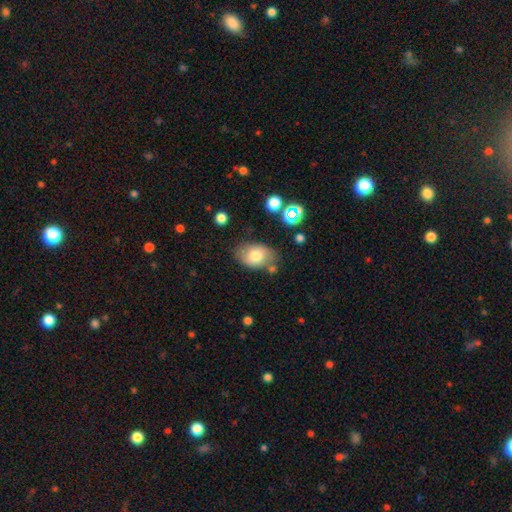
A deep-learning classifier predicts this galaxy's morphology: smooth-or-featured: smooth: 74% | featured or disk: 17% | star or artifact: 9%
  how-rounded: in between: 85% | round: 14% | cigar-shaped: 1%
  merging: none: 70% | minor disturbance: 19% | merger: 6% | major disturbance: 5%